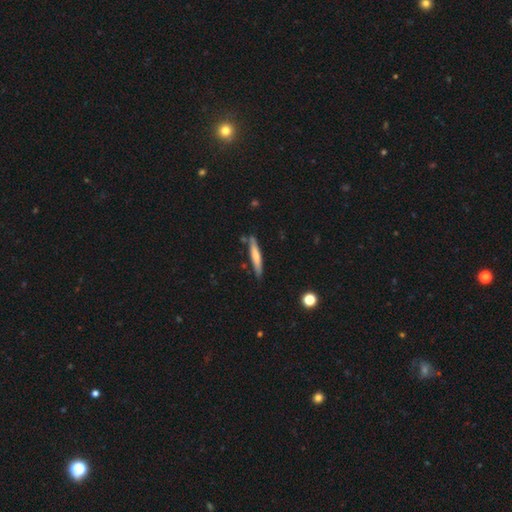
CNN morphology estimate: smooth 58%, featured or disk 36%, star or artifact 6%. Down the decision tree: how rounded — cigar-shaped (93%); merging — none (83%).